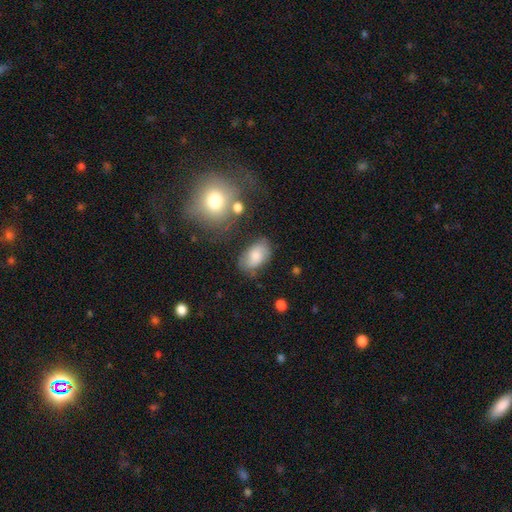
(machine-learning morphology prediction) This is likely a smooth galaxy (75%). How rounded: clearly in between (91%). Merging: likely none (67%).